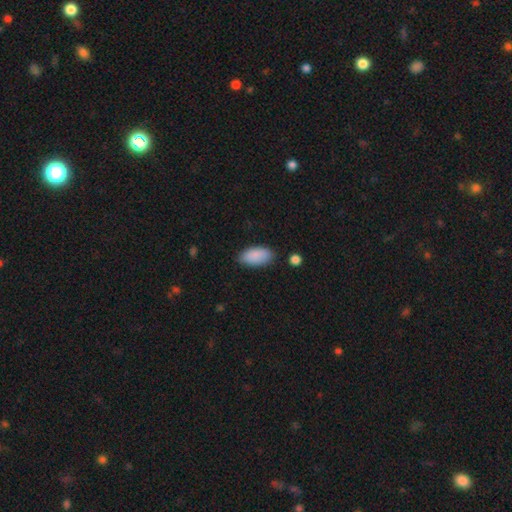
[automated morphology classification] smooth-or-featured: smooth: 89% | star or artifact: 6% | featured or disk: 5%
  how-rounded: in between: 92% | cigar-shaped: 6% | round: 2%
  merging: none: 81% | minor disturbance: 14% | major disturbance: 3% | merger: 2%